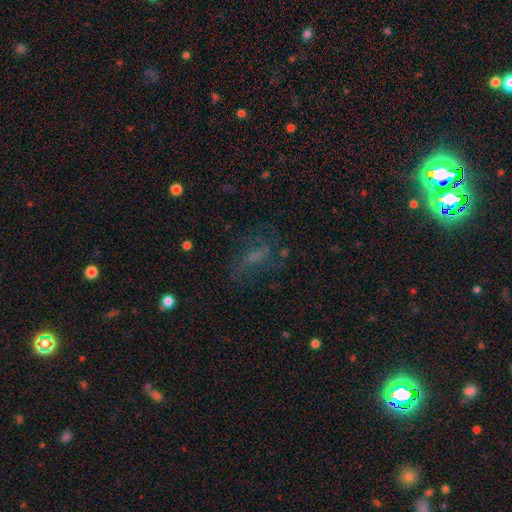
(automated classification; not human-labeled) smooth_or_featured: featured or disk (p=0.48) [alt: smooth p=0.28]
merging: none (p=0.58) [alt: major disturbance p=0.21]